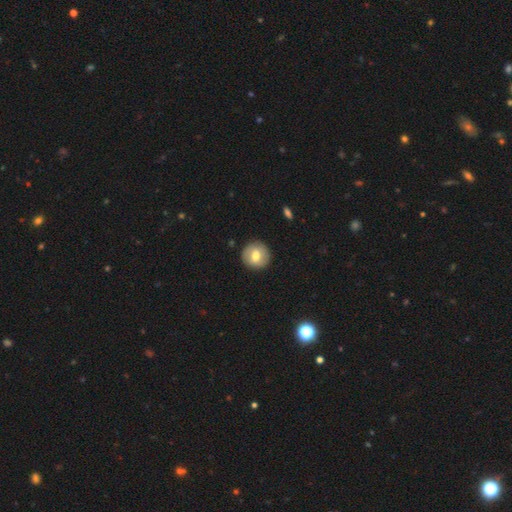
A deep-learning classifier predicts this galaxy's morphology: A smooth galaxy with no disk features (64%) that is round (91%).

Vote fractions:
- Smooth or featured? smooth: 64% / featured or disk: 29% / star or artifact: 7%
- How rounded? round: 91% / in between: 8% / cigar-shaped: 1%
- Merging? none: 89% / minor disturbance: 8% / major disturbance: 2% / merger: 1%